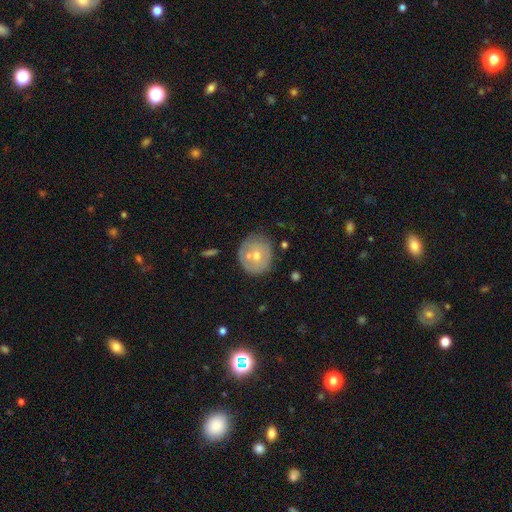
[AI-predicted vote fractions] Q: Smooth or featured?
A: smooth (56%); runner-up: featured or disk (36%)
Q: How rounded?
A: round (83%); runner-up: in between (16%)
Q: Merging?
A: none (62%); runner-up: merger (17%)